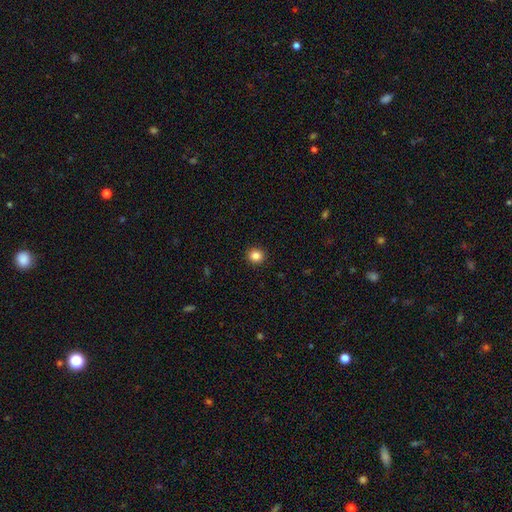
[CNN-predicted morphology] smooth_or_featured: smooth (p=0.85) [alt: star or artifact p=0.11]
how_rounded: round (p=0.89) [alt: in between p=0.10]
merging: none (p=0.93) [alt: minor disturbance p=0.05]